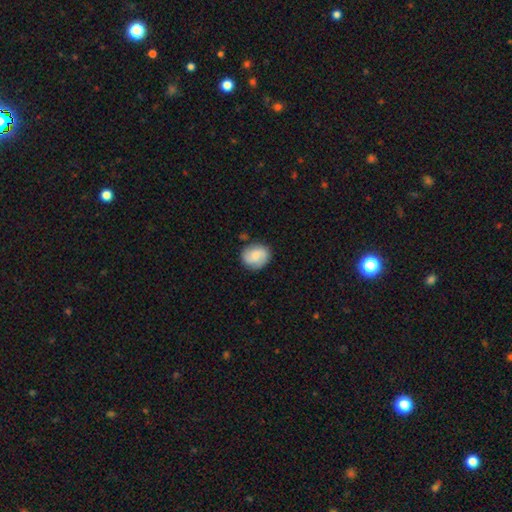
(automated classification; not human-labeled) This is possibly a smooth galaxy (54%). How rounded: likely round (69%). Merging: likely none (80%).